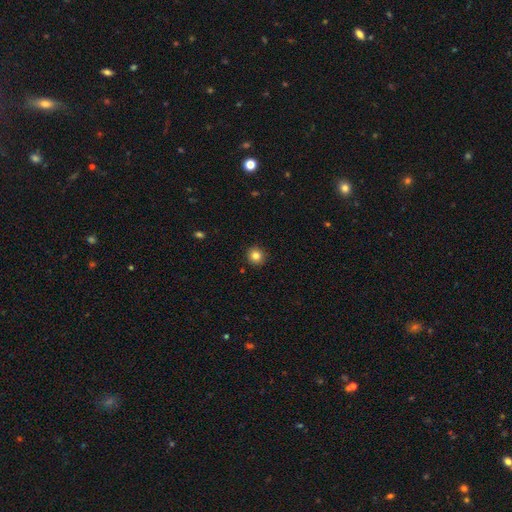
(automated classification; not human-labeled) A smooth galaxy with no disk features (82%) that is round (91%). Merging: none (92%).